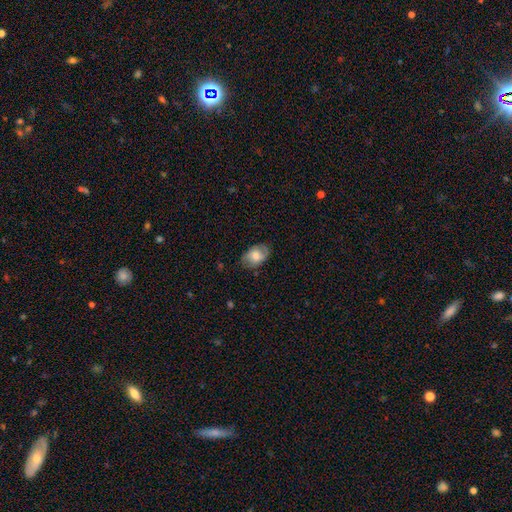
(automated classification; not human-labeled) smooth_or_featured: smooth (p=0.67) [alt: featured or disk p=0.26]
how_rounded: in between (p=0.86) [alt: round p=0.13]
merging: none (p=0.75) [alt: minor disturbance p=0.19]